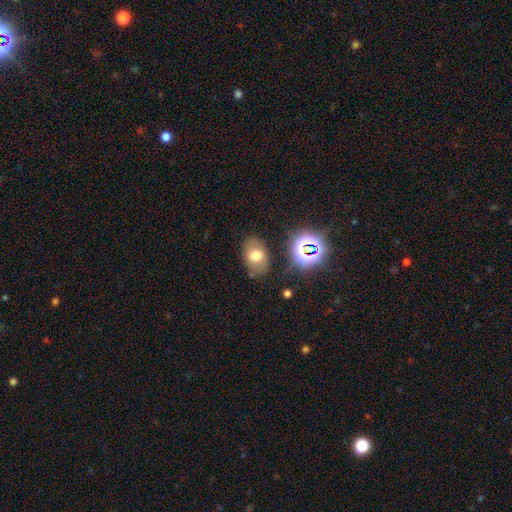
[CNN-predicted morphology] This appears to be a smooth galaxy with no disk features (66%) that is in between round and cigar-shaped (78%). Merging: none (76%).